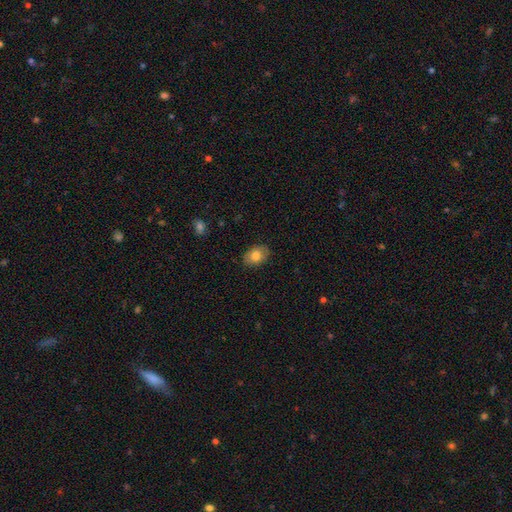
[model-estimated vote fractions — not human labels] Overall: smooth (79%). How rounded: in between (79%). Merging: none (85%).